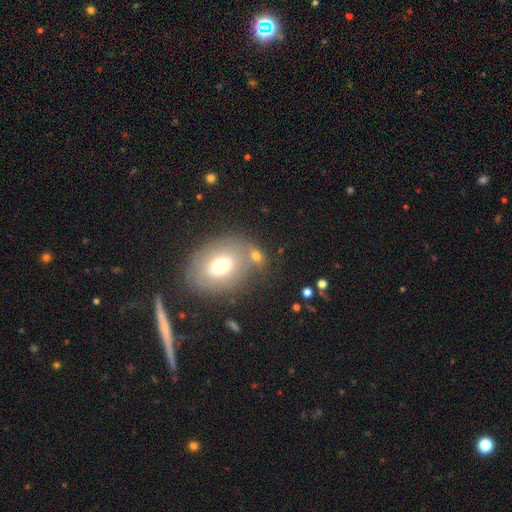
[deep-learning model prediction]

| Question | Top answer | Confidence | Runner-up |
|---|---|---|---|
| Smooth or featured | smooth | 64% | featured or disk (21%) |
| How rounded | in between | 53% | round (44%) |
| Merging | none | 51% | merger (27%) |